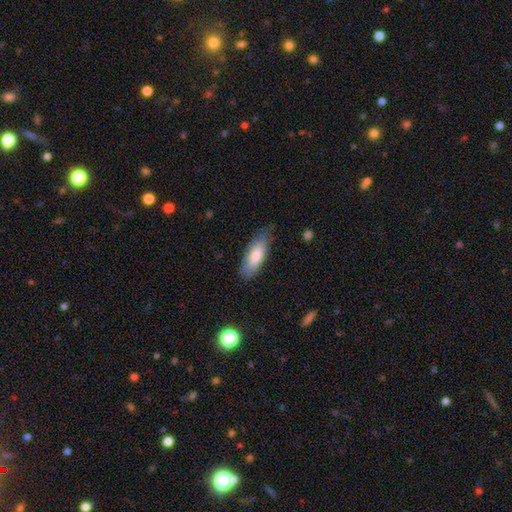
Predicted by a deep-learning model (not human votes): Smooth or featured?
  - smooth: 80% *
  - featured or disk: 15%
  - star or artifact: 5%
How rounded?
  - in between: 67% *
  - cigar-shaped: 31%
  - round: 2%
Merging?
  - none: 75% *
  - minor disturbance: 20%
  - major disturbance: 4%
  - merger: 1%